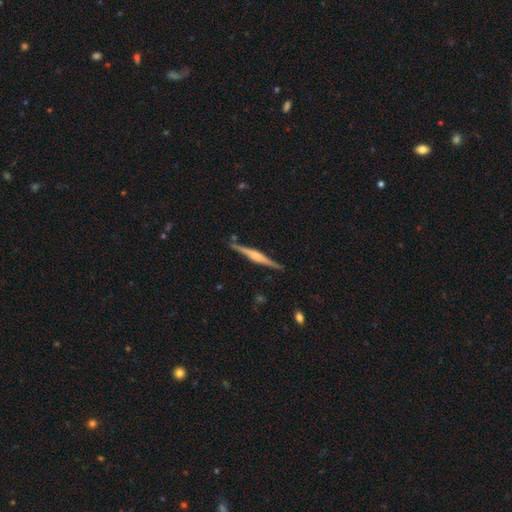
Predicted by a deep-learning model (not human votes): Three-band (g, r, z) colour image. It shows a featured or disk galaxy (77%) viewed edge-on (98%) with a rounded central bulge (69%). Merging: none (88%).